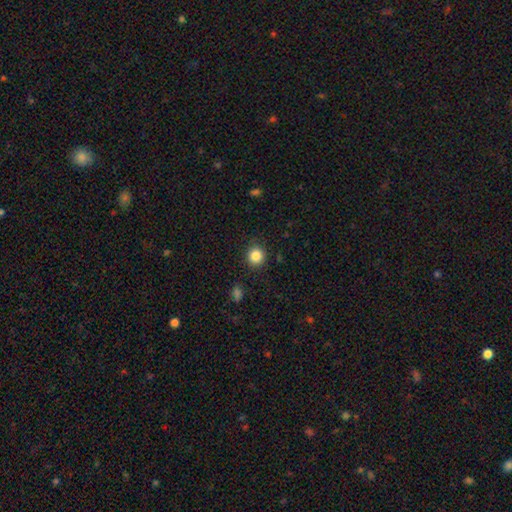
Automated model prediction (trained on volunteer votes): smooth-or-featured: smooth: 85% | star or artifact: 11% | featured or disk: 4%
  how-rounded: round: 89% | in between: 10% | cigar-shaped: 1%
  merging: none: 89% | minor disturbance: 7% | major disturbance: 2% | merger: 1%